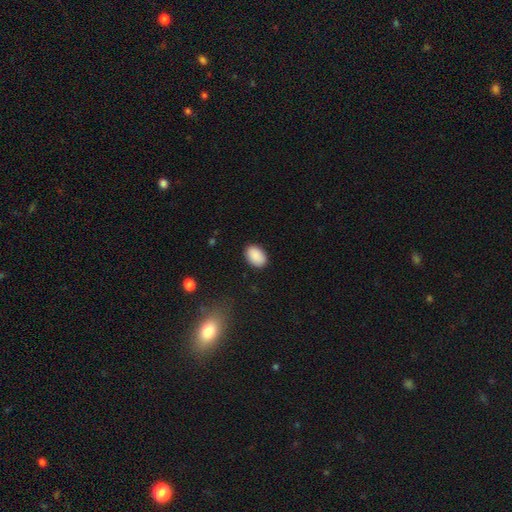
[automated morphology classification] Smooth or featured? smooth (91%)
How rounded? in between (88%)
Merging? none (88%)